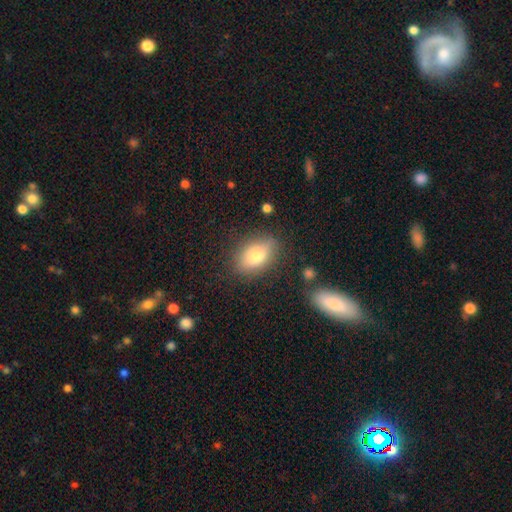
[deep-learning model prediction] Q: Smooth or featured?
A: smooth (77%); runner-up: featured or disk (14%)
Q: How rounded?
A: in between (85%); runner-up: round (12%)
Q: Merging?
A: none (80%); runner-up: minor disturbance (14%)